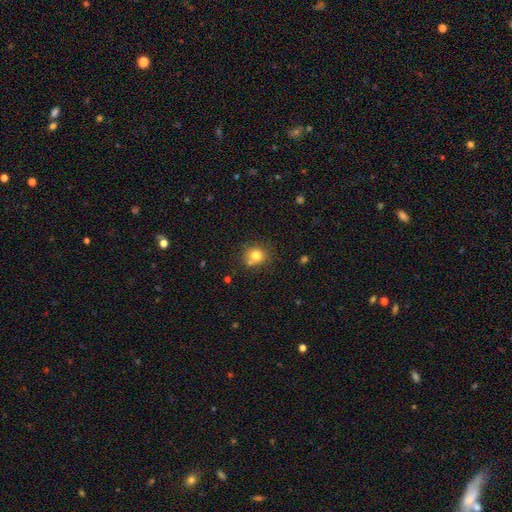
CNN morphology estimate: Q: Smooth or featured?
A: smooth (78%); runner-up: star or artifact (12%)
Q: How rounded?
A: round (85%); runner-up: in between (14%)
Q: Merging?
A: none (66%); runner-up: merger (18%)